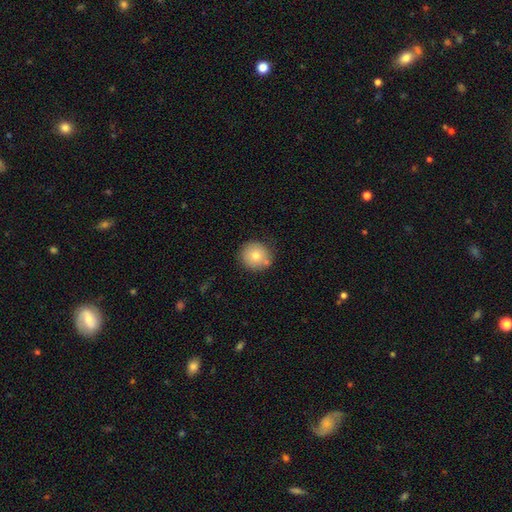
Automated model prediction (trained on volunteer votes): Q: Smooth or featured?
A: smooth (78%); runner-up: featured or disk (14%)
Q: How rounded?
A: round (92%); runner-up: in between (7%)
Q: Merging?
A: none (77%); runner-up: minor disturbance (13%)